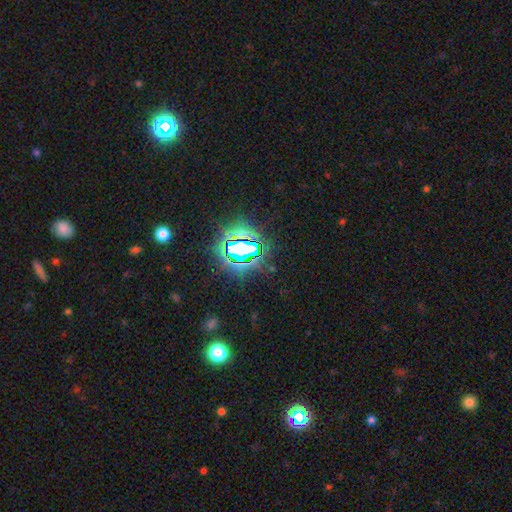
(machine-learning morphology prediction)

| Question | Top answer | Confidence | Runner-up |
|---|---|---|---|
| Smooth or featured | star or artifact | 81% | smooth (12%) |